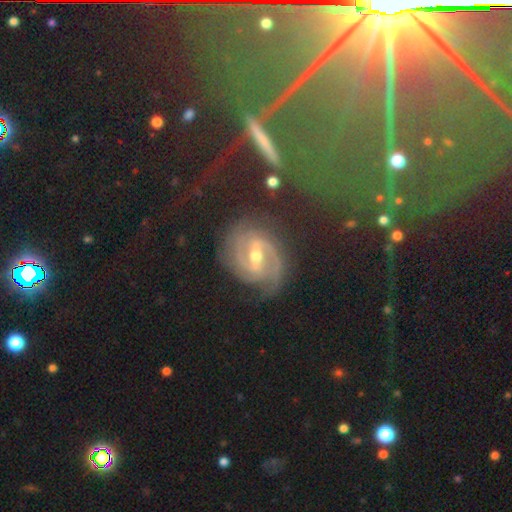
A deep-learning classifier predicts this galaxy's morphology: Q: Smooth or featured?
A: featured or disk (86%); runner-up: star or artifact (8%)
Q: Edge-on disk?
A: no (96%); runner-up: yes (4%)
Q: Bar?
A: strong (52%); runner-up: weak (37%)
Q: Spiral arms?
A: yes (97%); runner-up: no (3%)
Q: Spiral winding?
A: tight (51%); runner-up: medium (39%)
Q: Spiral arm count?
A: 2 (67%); runner-up: 3 (12%)
Q: Bulge size?
A: moderate (62%); runner-up: small (34%)
Q: Merging?
A: none (72%); runner-up: minor disturbance (17%)